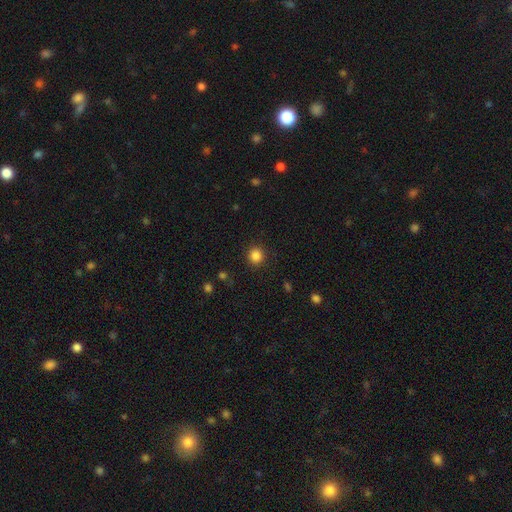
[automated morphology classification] smooth-or-featured: smooth: 85% | star or artifact: 11% | featured or disk: 3%
  how-rounded: round: 92% | in between: 7% | cigar-shaped: 1%
  merging: none: 90% | minor disturbance: 6% | major disturbance: 2% | merger: 1%